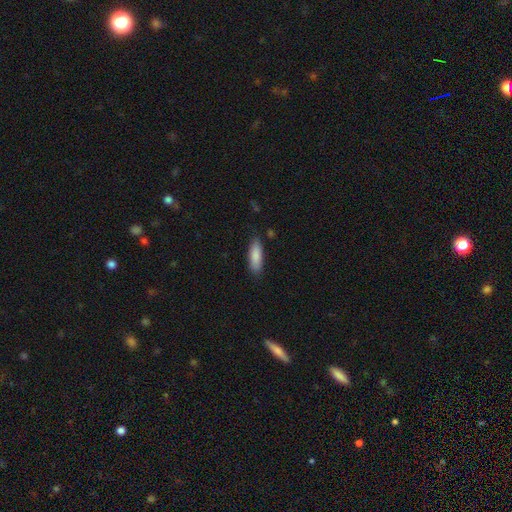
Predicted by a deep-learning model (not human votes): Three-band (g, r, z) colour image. It shows a smooth galaxy with no disk features (87%) that is in between round and cigar-shaped (54%). Merging: none (82%).